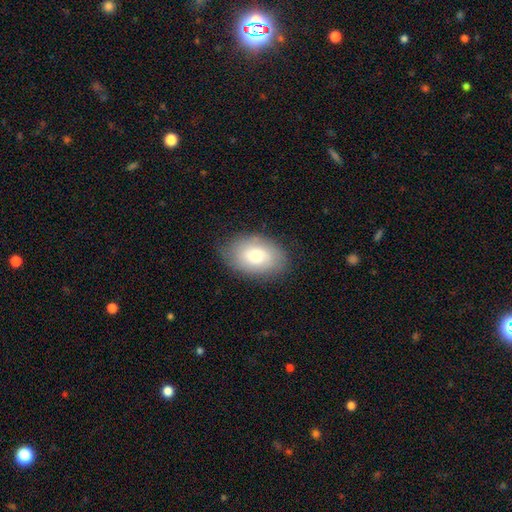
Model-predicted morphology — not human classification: This is likely a smooth galaxy (73%). How rounded: clearly in between (86%). Merging: likely none (77%).